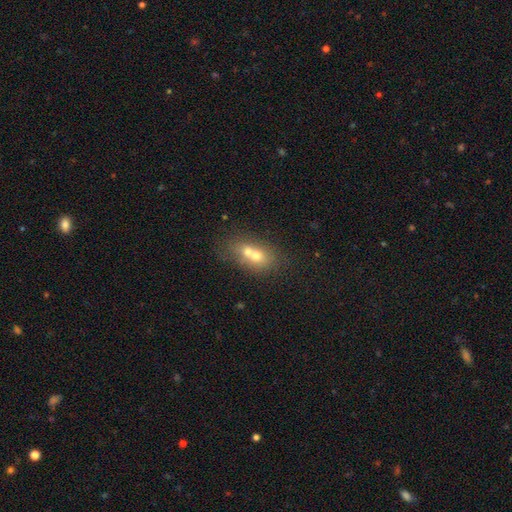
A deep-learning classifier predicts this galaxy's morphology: Smooth or featured? Predicted: smooth (p=0.61). How rounded? Predicted: in between (p=0.58). Merging? Predicted: merger (p=0.64).